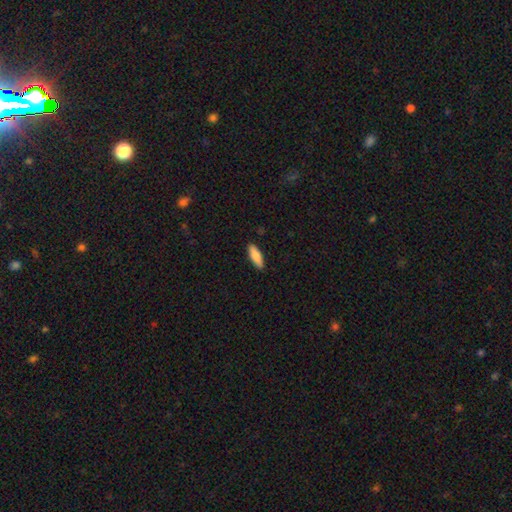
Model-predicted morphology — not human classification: The model was most divided on "how rounded": in between: 53%, cigar-shaped: 46%, round: 2%. More confident: merging — none (89%); smooth or featured — smooth (83%).